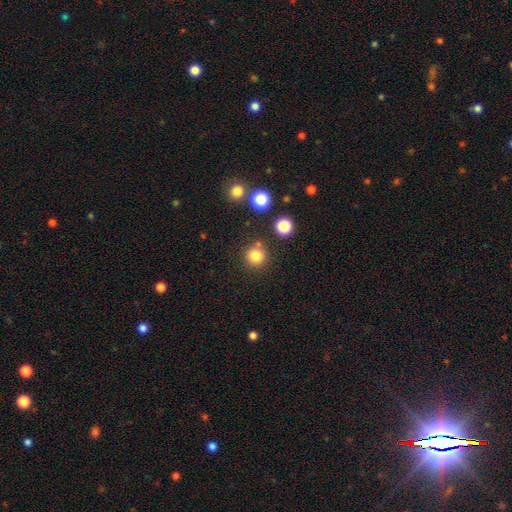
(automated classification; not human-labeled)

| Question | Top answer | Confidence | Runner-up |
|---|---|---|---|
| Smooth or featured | smooth | 81% | star or artifact (13%) |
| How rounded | round | 94% | in between (5%) |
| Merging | none | 81% | minor disturbance (8%) |